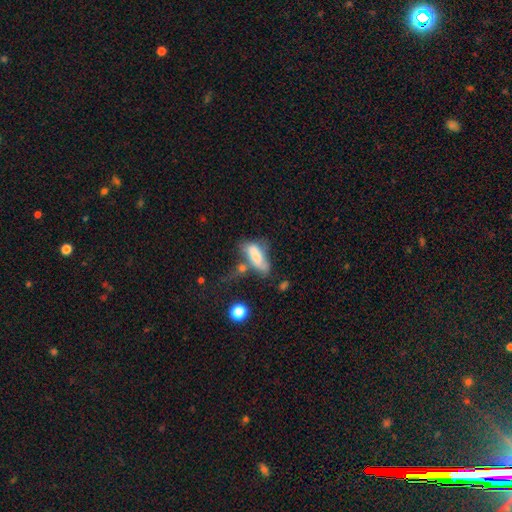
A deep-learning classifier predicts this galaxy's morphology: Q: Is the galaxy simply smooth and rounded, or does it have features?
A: smooth — 69%.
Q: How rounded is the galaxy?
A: in between — 70%.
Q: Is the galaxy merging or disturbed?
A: none — 30%.